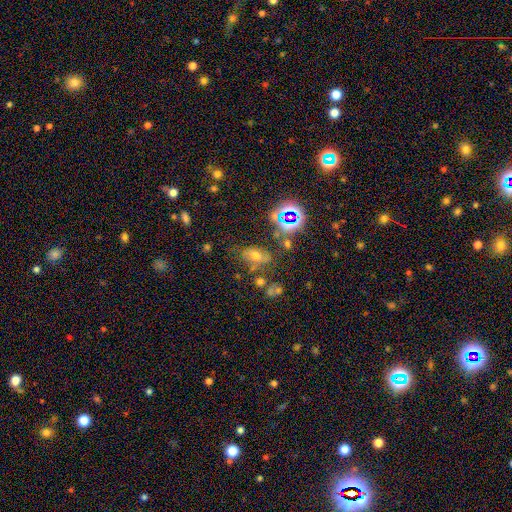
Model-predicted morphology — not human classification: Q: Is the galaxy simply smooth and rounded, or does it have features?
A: smooth — 48%.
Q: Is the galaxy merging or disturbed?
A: none — 60%.